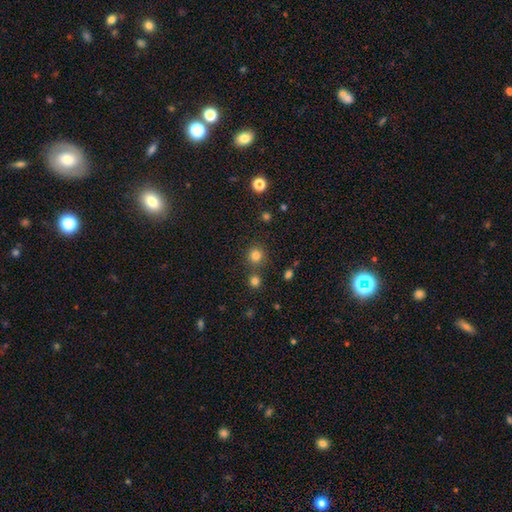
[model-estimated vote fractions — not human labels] Morphology: type=smooth (80%); roundness=round (91%); merging=none (77%).